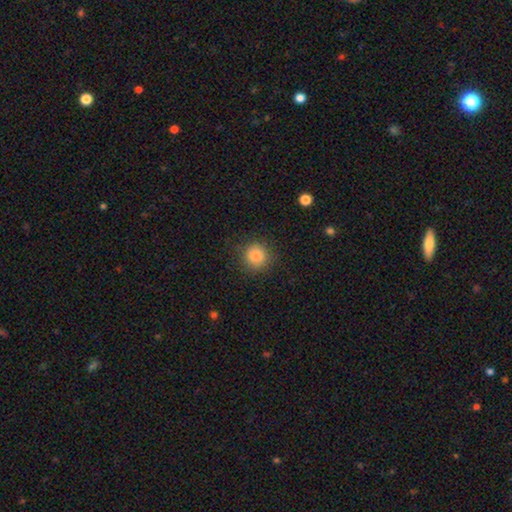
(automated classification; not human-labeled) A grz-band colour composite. It shows a smooth galaxy with no disk features (86%) that is round (91%). Merging: none (87%).